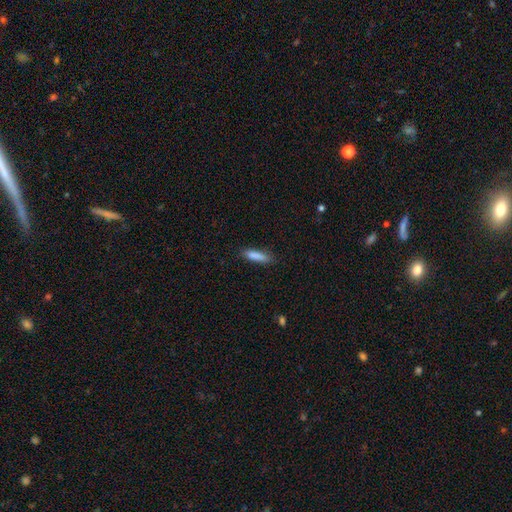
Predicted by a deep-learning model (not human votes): Morphology: type=smooth (85%); roundness=cigar-shaped (72%); merging=none (83%).